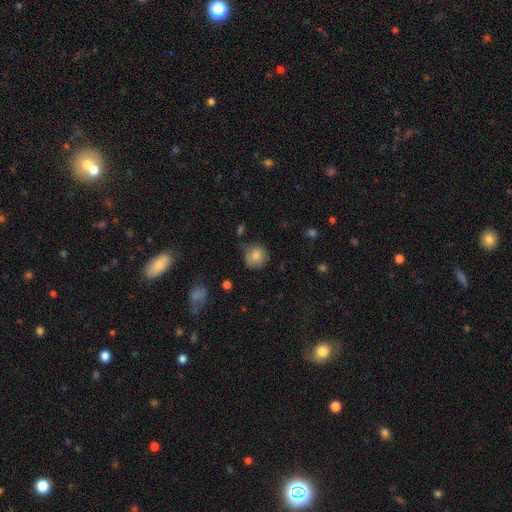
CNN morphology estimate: This appears to be a smooth galaxy with no disk features (82%) that is round (89%). Merging: none (68%).